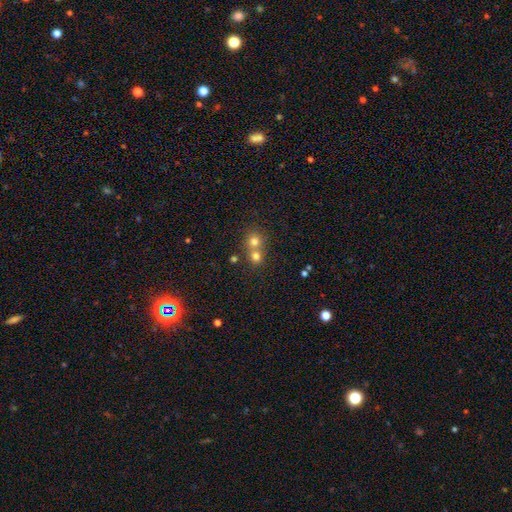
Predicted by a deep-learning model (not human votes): Smooth or featured: smooth — 58% (star or artifact — 30%)
How rounded: round — 87% (in between — 12%)
Merging: none — 47% (merger — 46%)